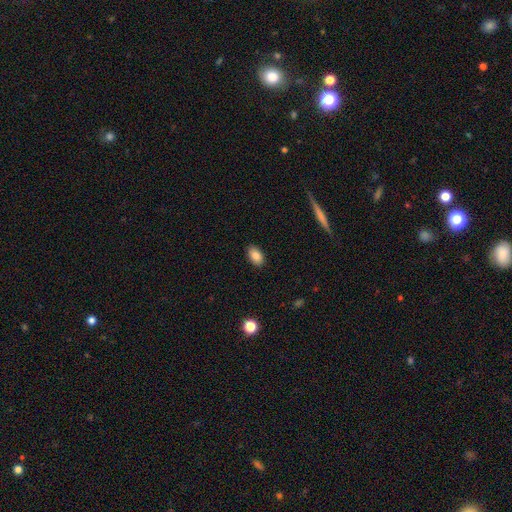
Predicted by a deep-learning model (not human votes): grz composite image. It shows a smooth galaxy with no disk features (83%) that is in between round and cigar-shaped (91%). Merging: none (89%).